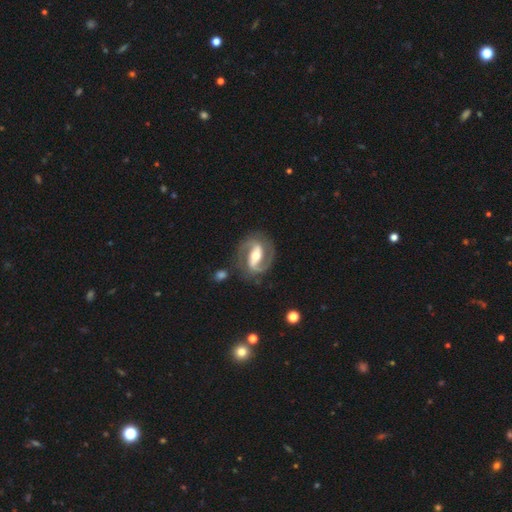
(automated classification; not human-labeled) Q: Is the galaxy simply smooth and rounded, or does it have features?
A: featured or disk — 89%.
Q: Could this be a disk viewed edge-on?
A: no — 96%.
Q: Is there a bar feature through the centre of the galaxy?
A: strong — 61%.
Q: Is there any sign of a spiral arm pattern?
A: yes — 95%.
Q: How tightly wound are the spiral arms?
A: medium — 53%.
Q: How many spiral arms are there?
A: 2 — 90%.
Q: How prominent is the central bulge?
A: moderate — 67%.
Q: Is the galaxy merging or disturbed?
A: none — 80%.